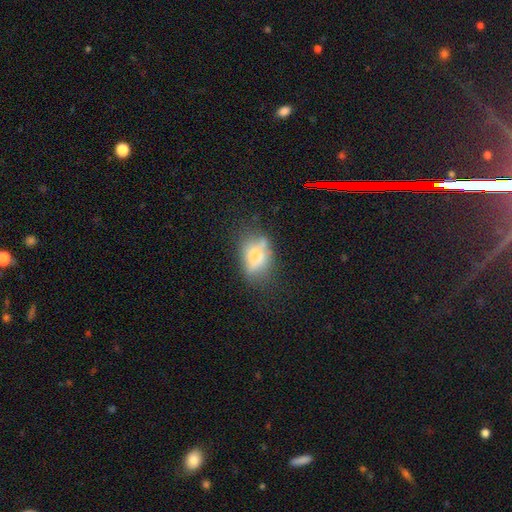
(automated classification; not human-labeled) This appears to be a smooth galaxy with no disk features (60%) that is in between round and cigar-shaped (78%). Merging: none (45%).